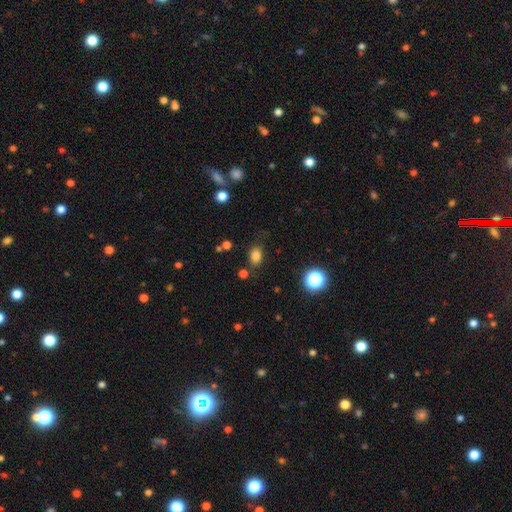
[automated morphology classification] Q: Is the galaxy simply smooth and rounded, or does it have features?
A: smooth — 80%.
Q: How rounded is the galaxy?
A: in between — 71%.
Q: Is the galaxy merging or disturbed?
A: none — 78%.